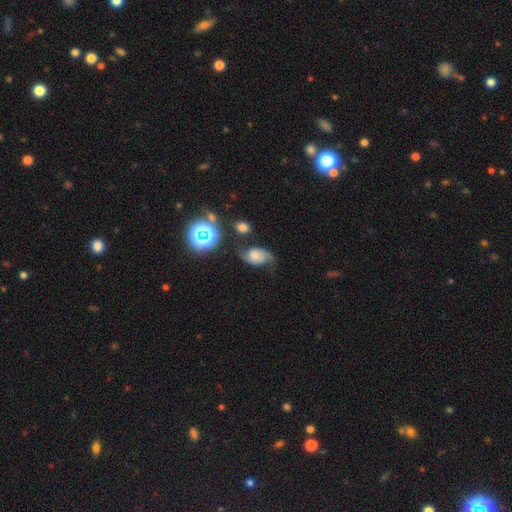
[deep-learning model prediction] Smooth or featured: featured or disk — 60% (smooth — 27%)
Edge-on disk: no — 96% (yes — 4%)
Bar: no — 70% (weak — 24%)
Spiral arms: yes — 91% (no — 9%)
Spiral winding: loose — 58% (medium — 32%)
Spiral arm count: 2 — 83% (1 — 10%)
Bulge size: none — 25% (tied with moderate — 25%)
Merging: none — 48% (minor disturbance — 27%)